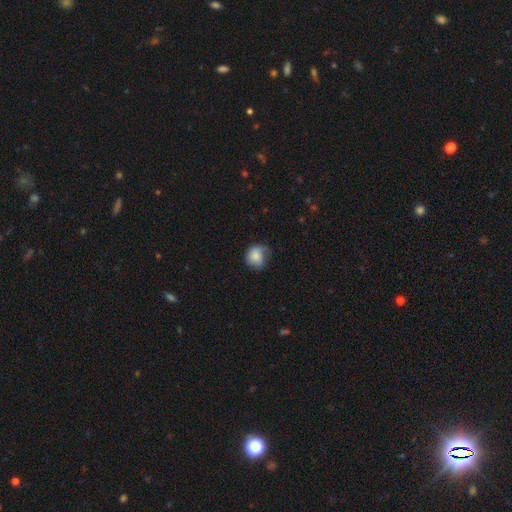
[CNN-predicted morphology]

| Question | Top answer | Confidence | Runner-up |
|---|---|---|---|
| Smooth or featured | smooth | 77% | featured or disk (16%) |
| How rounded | round | 75% | in between (24%) |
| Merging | none | 45% | minor disturbance (36%) |